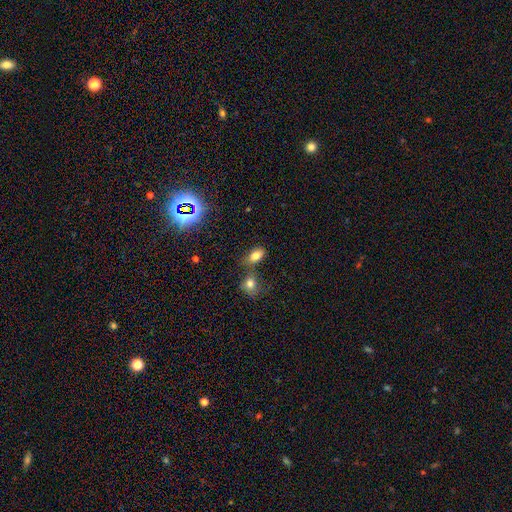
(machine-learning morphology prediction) Smooth or featured?
  - smooth: 77% *
  - star or artifact: 13%
  - featured or disk: 10%
How rounded?
  - in between: 86% *
  - round: 12%
  - cigar-shaped: 3%
Merging?
  - none: 57% *
  - merger: 25%
  - minor disturbance: 13%
  - major disturbance: 5%